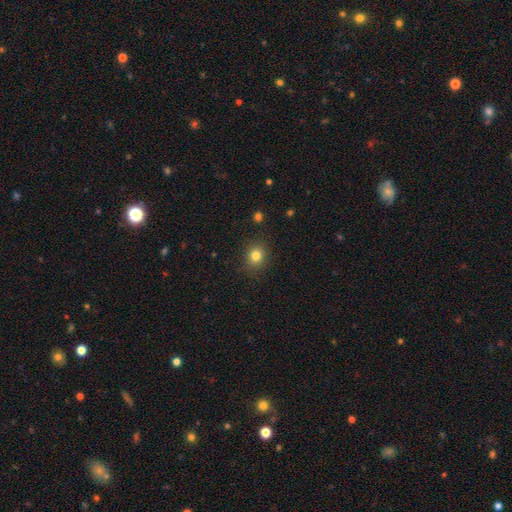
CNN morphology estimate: Overall: smooth (80%). How rounded: round (70%). Merging: none (88%).